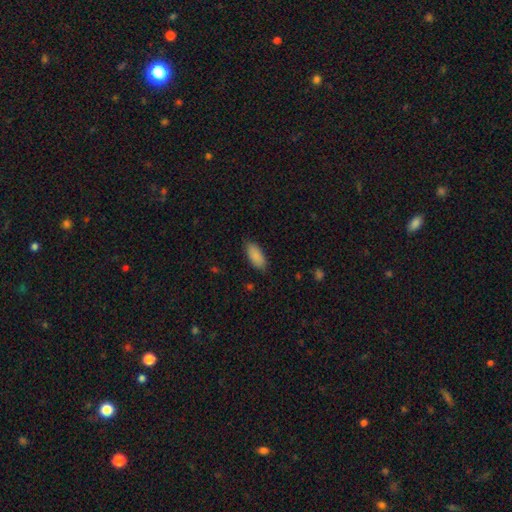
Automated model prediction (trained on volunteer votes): Q: Smooth or featured?
A: smooth (89%); runner-up: star or artifact (6%)
Q: How rounded?
A: in between (85%); runner-up: cigar-shaped (13%)
Q: Merging?
A: none (84%); runner-up: minor disturbance (13%)